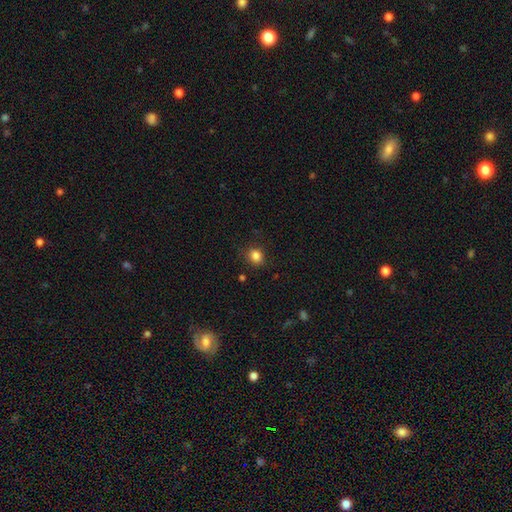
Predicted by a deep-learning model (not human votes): smooth-or-featured: smooth: 84% | star or artifact: 11% | featured or disk: 4%
  how-rounded: round: 72% | in between: 27% | cigar-shaped: 1%
  merging: none: 84% | minor disturbance: 11% | major disturbance: 3% | merger: 1%